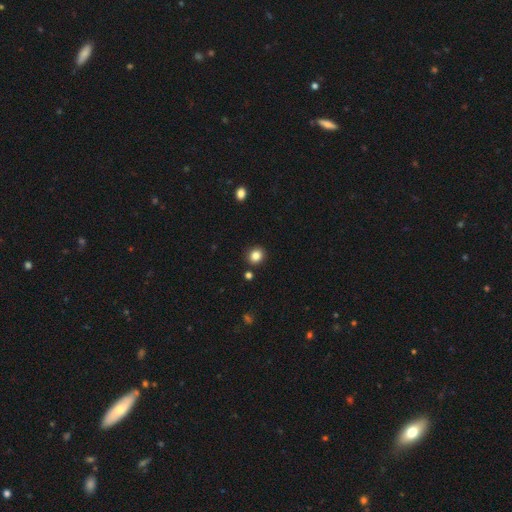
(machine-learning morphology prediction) Overall: smooth (84%). How rounded: round (82%). Merging: none (90%).